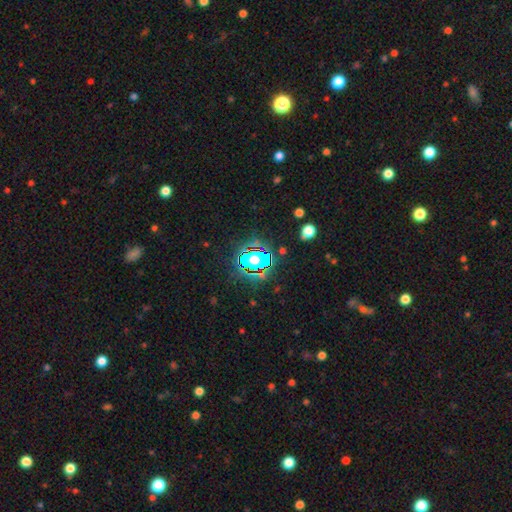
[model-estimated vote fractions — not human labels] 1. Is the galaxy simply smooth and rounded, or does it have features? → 54% star or artifact, 33% smooth, 13% featured or disk.